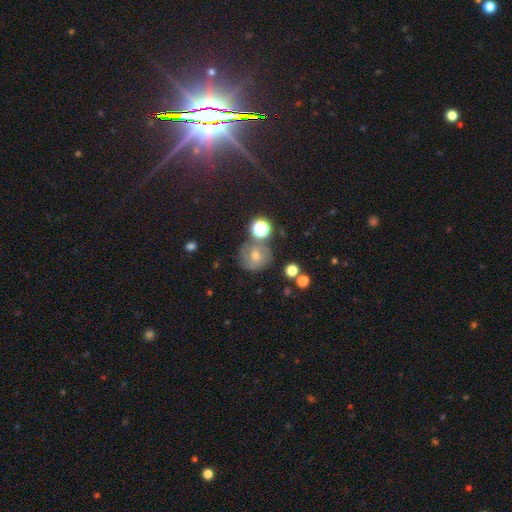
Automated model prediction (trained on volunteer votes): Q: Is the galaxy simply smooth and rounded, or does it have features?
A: smooth — 39%.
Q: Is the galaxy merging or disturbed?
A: none — 70%.